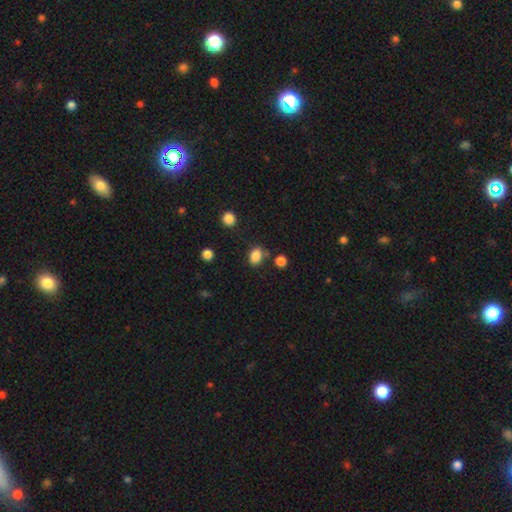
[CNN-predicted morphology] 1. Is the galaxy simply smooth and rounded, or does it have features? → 85% smooth, 11% star or artifact, 4% featured or disk.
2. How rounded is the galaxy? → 73% in between, 26% round, 1% cigar-shaped.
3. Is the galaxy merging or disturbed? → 70% none, 15% minor disturbance, 10% merger, 5% major disturbance.